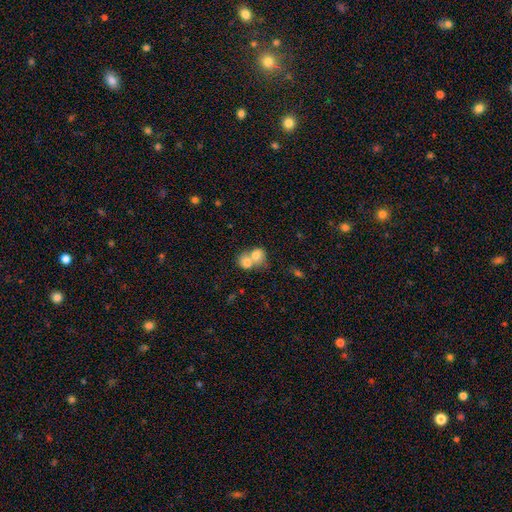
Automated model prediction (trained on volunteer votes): Smooth or featured: smooth — 75% (featured or disk — 17%)
How rounded: round — 63% (in between — 36%)
Merging: merger — 74% (none — 19%)